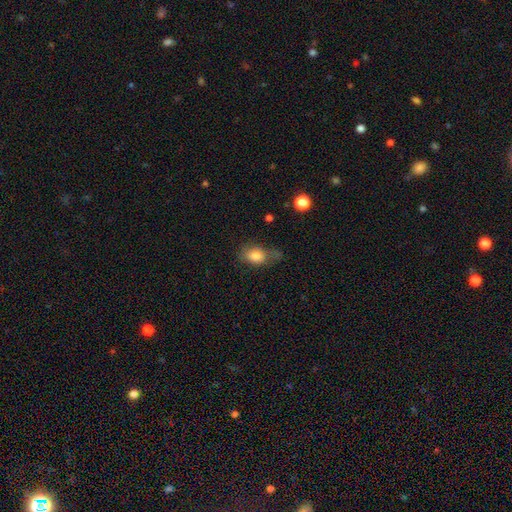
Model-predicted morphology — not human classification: type=smooth (82%); roundness=in between (75%); merging=none (49%).